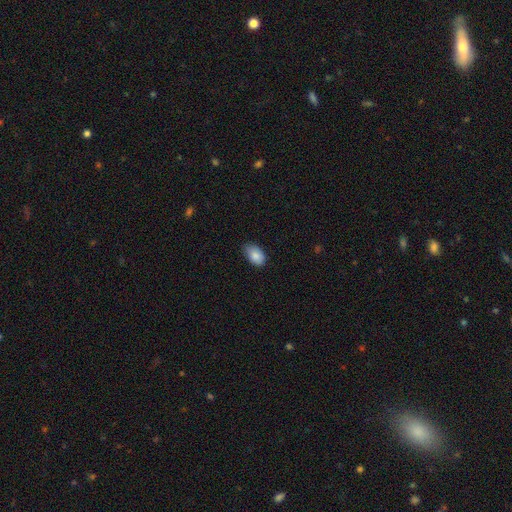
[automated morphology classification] Smooth or featured? smooth (86%)
How rounded? in between (90%)
Merging? none (68%)